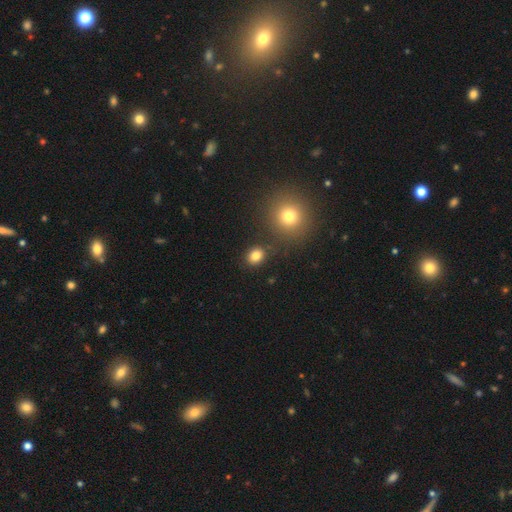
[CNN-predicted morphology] Overall: smooth (82%). How rounded: round (62%; in between 37%). Merging: none (82%).